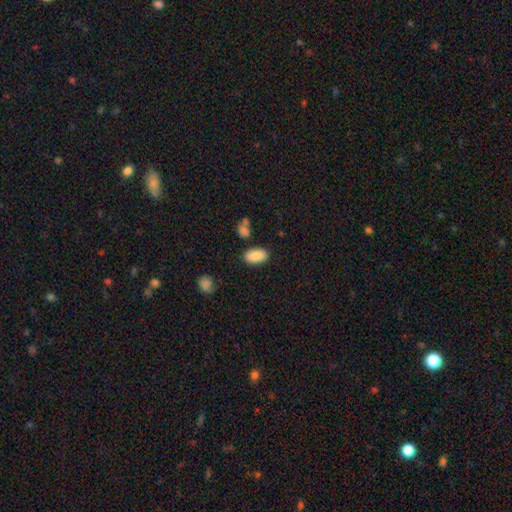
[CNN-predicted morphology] A smooth galaxy with no disk features (88%) that is in between round and cigar-shaped (93%).

Vote fractions:
- Smooth or featured? smooth: 88% / star or artifact: 7% / featured or disk: 4%
- How rounded? in between: 93% / cigar-shaped: 4% / round: 4%
- Merging? none: 82% / minor disturbance: 11% / merger: 4% / major disturbance: 3%